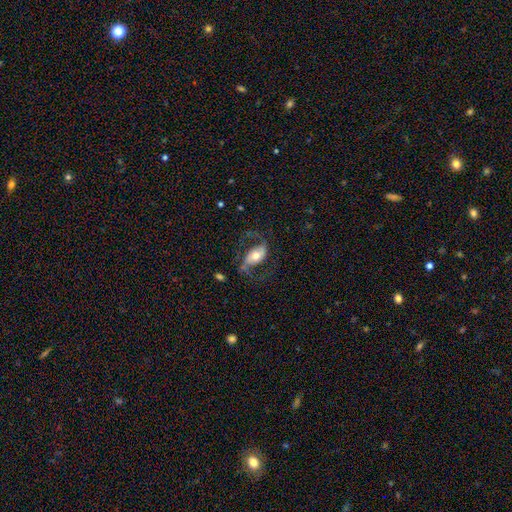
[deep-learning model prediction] A featured or disk galaxy (80%) with no bar (43%), 2 (92%) loose (59%) spiral arms (93%) and a moderate central bulge (66%). Merging: none (67%).